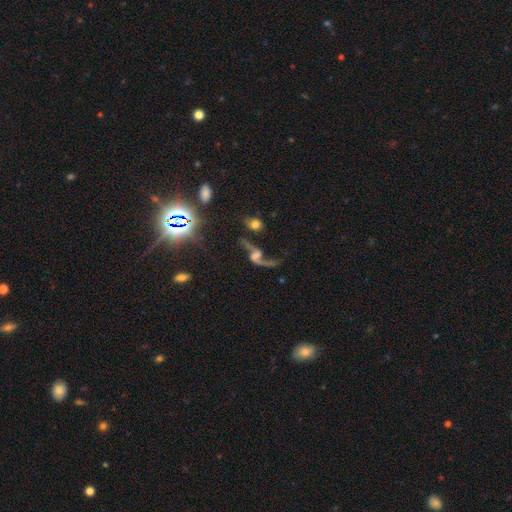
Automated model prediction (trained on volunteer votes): Smooth or featured?
  - featured or disk: 78% *
  - star or artifact: 12%
  - smooth: 10%
Edge-on disk?
  - no: 94% *
  - yes: 6%
Bar?
  - no: 50% *
  - weak: 35%
  - strong: 15%
Spiral arms?
  - yes: 91% *
  - no: 9%
Spiral winding?
  - loose: 92% *
  - medium: 6%
  - tight: 2%
Spiral arm count?
  - 2: 86% *
  - 1: 9%
  - can't tell: 2%
  - 3: 1%
  - 4: 1%
  - more than 4: 1%
Bulge size?
  - none: 38% *
  - small: 24%
  - moderate: 23%
  - large: 12%
  - dominant: 4%
Merging?
  - none: 48% *
  - major disturbance: 22%
  - merger: 15%
  - minor disturbance: 15%